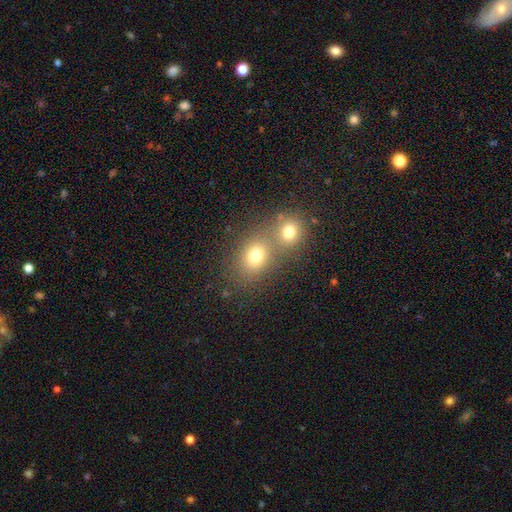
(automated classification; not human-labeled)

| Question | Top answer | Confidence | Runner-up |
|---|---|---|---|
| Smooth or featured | smooth | 74% | star or artifact (15%) |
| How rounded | round | 60% | in between (38%) |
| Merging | merger | 50% | none (41%) |